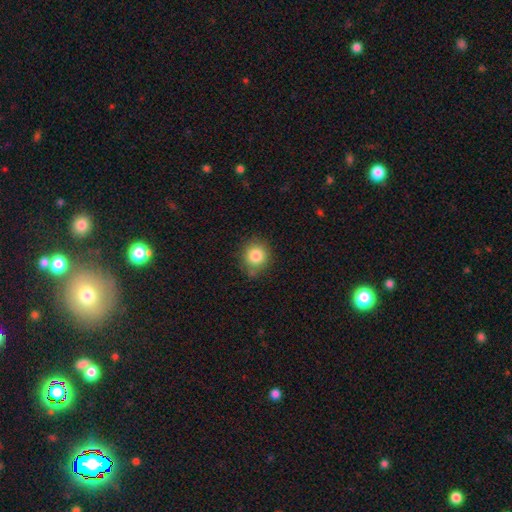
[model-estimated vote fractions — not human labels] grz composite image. It shows a smooth galaxy with no disk features (84%) that is round (87%). Merging: none (78%).